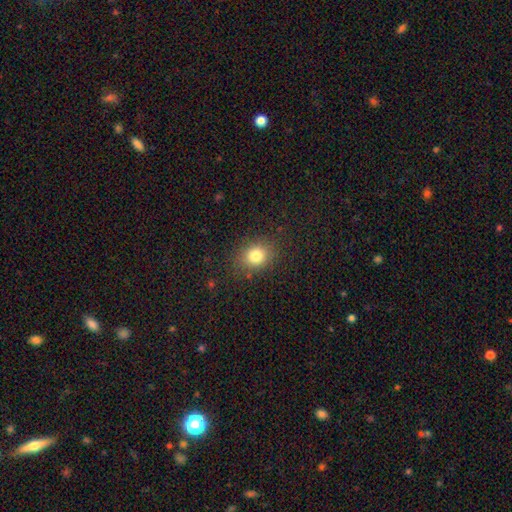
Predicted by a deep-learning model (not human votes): Overall: smooth (80%). How rounded: round (60%; in between 39%). Merging: none (84%).